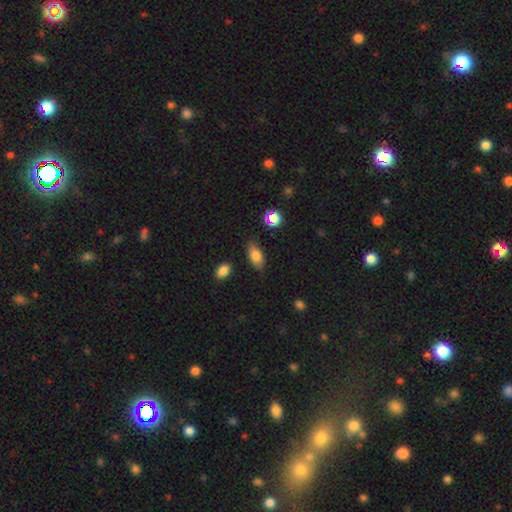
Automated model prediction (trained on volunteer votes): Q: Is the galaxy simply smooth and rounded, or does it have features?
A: smooth — 79%.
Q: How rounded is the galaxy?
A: in between — 86%.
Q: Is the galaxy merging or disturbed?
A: none — 82%.